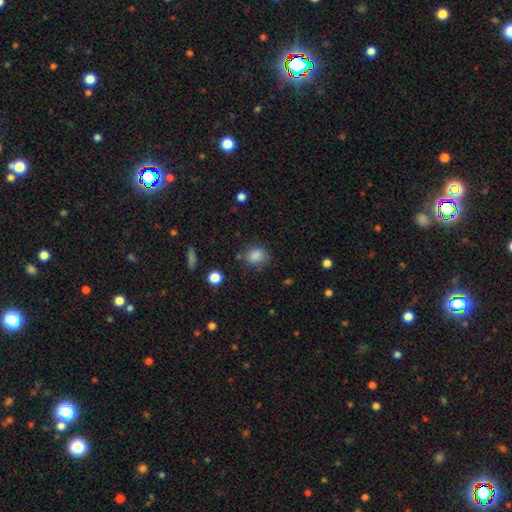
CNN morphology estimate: A smooth galaxy with no disk features (84%) that is round (62%). Merging: none (71%).